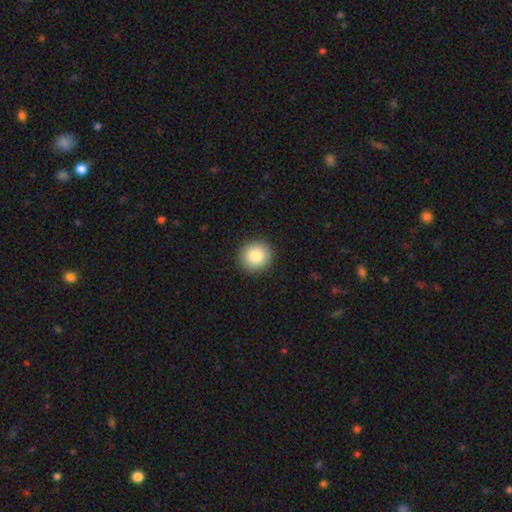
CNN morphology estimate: smooth_or_featured: smooth (p=0.83) [alt: star or artifact p=0.09]
how_rounded: round (p=0.92) [alt: in between p=0.07]
merging: none (p=0.93) [alt: minor disturbance p=0.05]